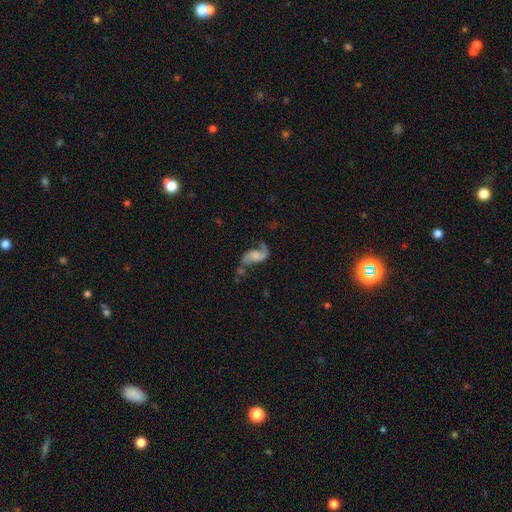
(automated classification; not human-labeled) Q: Smooth or featured?
A: featured or disk (76%); runner-up: smooth (16%)
Q: Edge-on disk?
A: no (96%); runner-up: yes (4%)
Q: Bar?
A: no (59%); runner-up: weak (32%)
Q: Spiral arms?
A: yes (93%); runner-up: no (7%)
Q: Spiral winding?
A: loose (72%); runner-up: medium (22%)
Q: Spiral arm count?
A: 2 (82%); runner-up: 1 (13%)
Q: Bulge size?
A: none (31%); runner-up: small (27%)
Q: Merging?
A: none (45%); runner-up: major disturbance (24%)